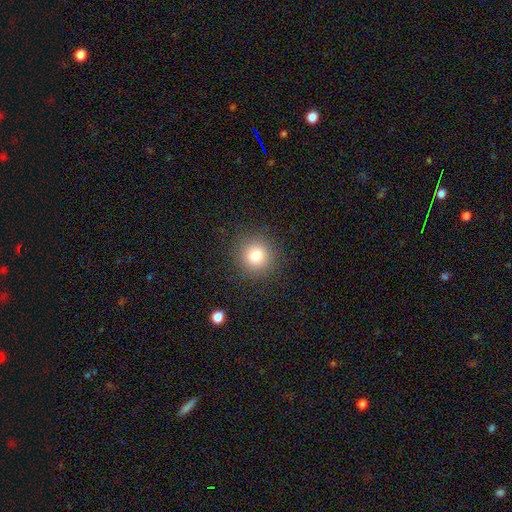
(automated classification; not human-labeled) A smooth galaxy with no disk features (78%) that is round (94%).

Vote fractions:
- Smooth or featured? smooth: 78% / star or artifact: 13% / featured or disk: 9%
- How rounded? round: 94% / in between: 5% / cigar-shaped: 1%
- Merging? none: 89% / minor disturbance: 7% / major disturbance: 3% / merger: 1%